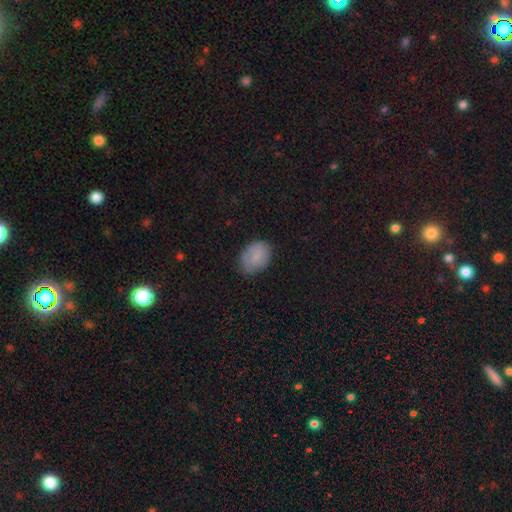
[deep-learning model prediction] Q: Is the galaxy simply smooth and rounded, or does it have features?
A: smooth — 80%.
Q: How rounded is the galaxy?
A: in between — 76%.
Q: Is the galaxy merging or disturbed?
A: none — 75%.